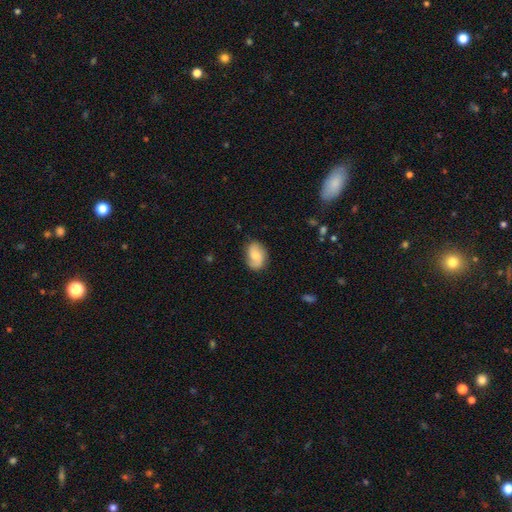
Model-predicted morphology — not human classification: Smooth or featured?
  - smooth: 46% * (tied)
  - featured or disk: 46% * (tied)
  - star or artifact: 8%
Merging?
  - none: 73% *
  - minor disturbance: 20%
  - major disturbance: 6%
  - merger: 1%